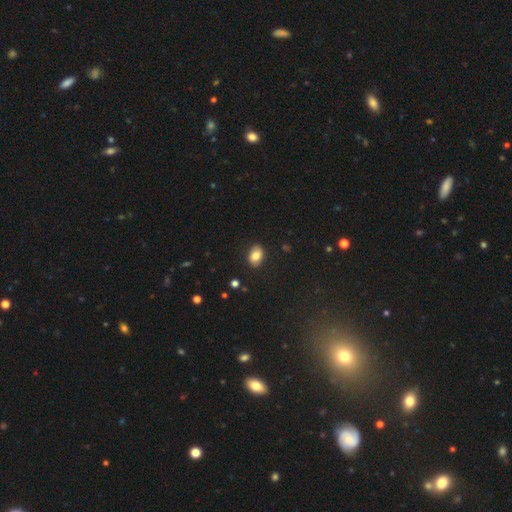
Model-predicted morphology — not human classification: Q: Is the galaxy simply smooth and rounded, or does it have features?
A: smooth — 82%.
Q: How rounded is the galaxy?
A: in between — 79%.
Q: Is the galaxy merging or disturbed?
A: none — 86%.